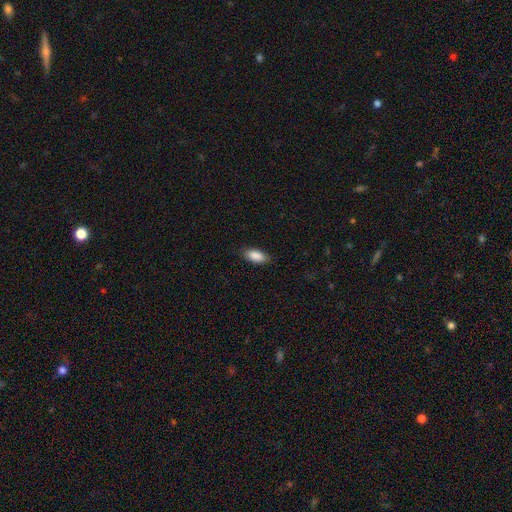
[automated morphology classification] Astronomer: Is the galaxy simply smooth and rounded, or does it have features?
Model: smooth — 89%.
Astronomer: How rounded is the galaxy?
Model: in between — 86%.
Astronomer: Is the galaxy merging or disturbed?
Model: none — 85%.